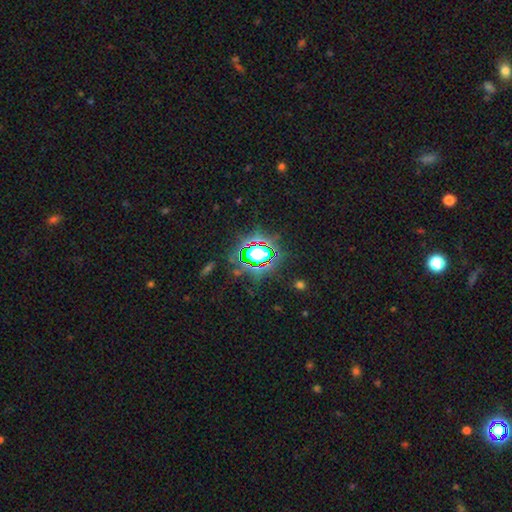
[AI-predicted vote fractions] smooth-or-featured: star or artifact: 70% | smooth: 19% | featured or disk: 11%